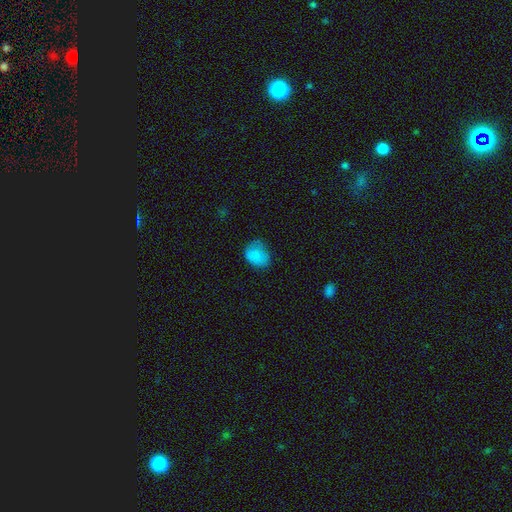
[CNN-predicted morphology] The model was most divided on "merging": none: 55%, minor disturbance: 32%, major disturbance: 11%, merger: 2%. More confident: smooth or featured — smooth (82%); how rounded — in between (61%).